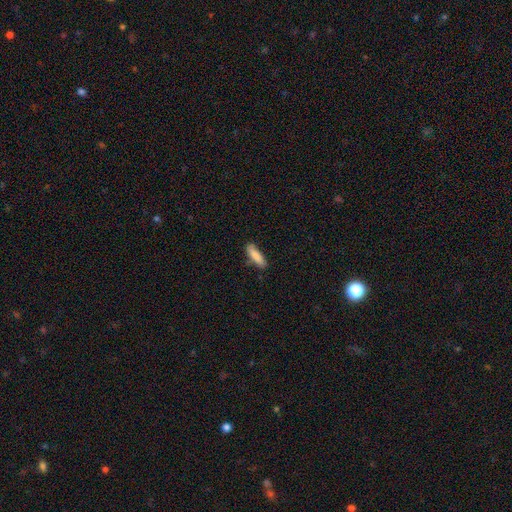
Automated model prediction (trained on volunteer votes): Smooth or featured: smooth — 87% (featured or disk — 7%)
How rounded: cigar-shaped — 55% (in between — 44%)
Merging: none — 81% (minor disturbance — 15%)